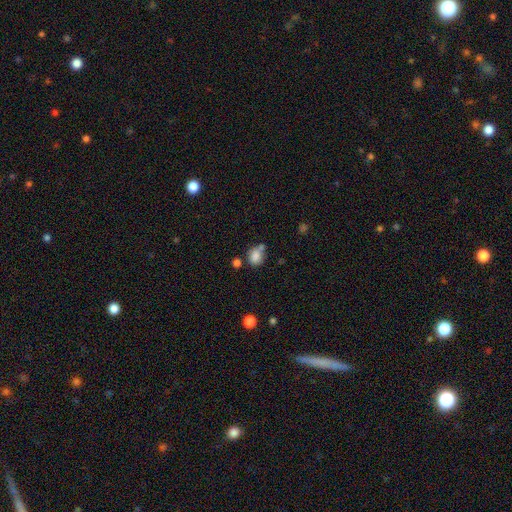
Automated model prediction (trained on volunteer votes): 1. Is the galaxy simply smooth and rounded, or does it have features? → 83% smooth, 10% star or artifact, 7% featured or disk.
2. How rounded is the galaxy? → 57% round, 42% in between, 1% cigar-shaped.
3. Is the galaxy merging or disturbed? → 53% none, 24% merger, 17% minor disturbance, 6% major disturbance.